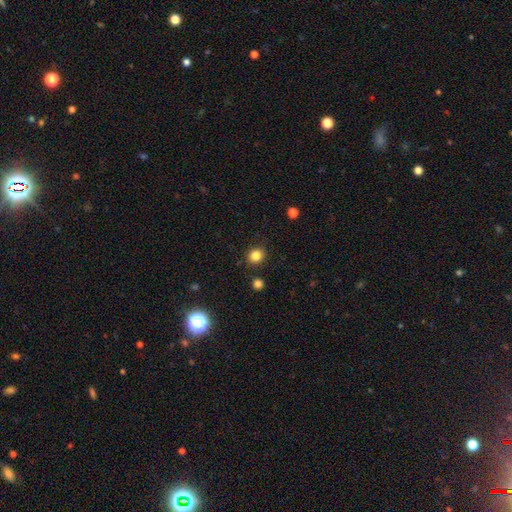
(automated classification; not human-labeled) Overall: smooth (83%). How rounded: round (81%). Merging: none (87%).